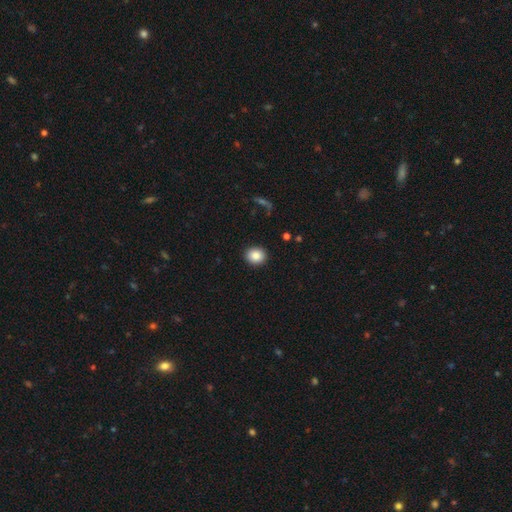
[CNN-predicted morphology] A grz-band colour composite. It shows a smooth galaxy with no disk features (86%) that is round (74%). Merging: none (91%).